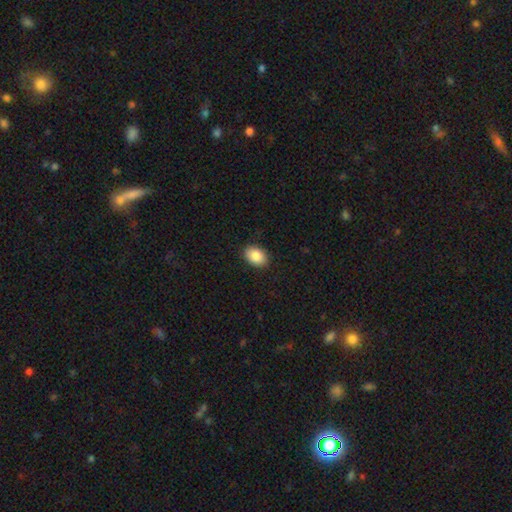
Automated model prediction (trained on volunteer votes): Q: Smooth or featured?
A: smooth (87%); runner-up: star or artifact (7%)
Q: How rounded?
A: in between (83%); runner-up: round (16%)
Q: Merging?
A: none (89%); runner-up: minor disturbance (8%)